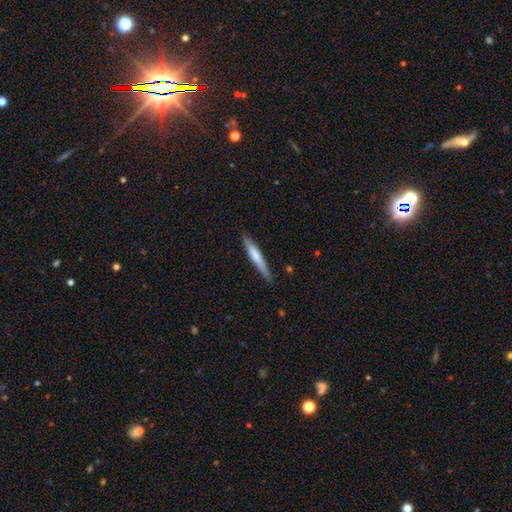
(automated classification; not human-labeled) The model was most divided on "smooth or featured": smooth: 59%, featured or disk: 35%, star or artifact: 5%. More confident: how rounded — cigar-shaped (94%); merging — none (86%).